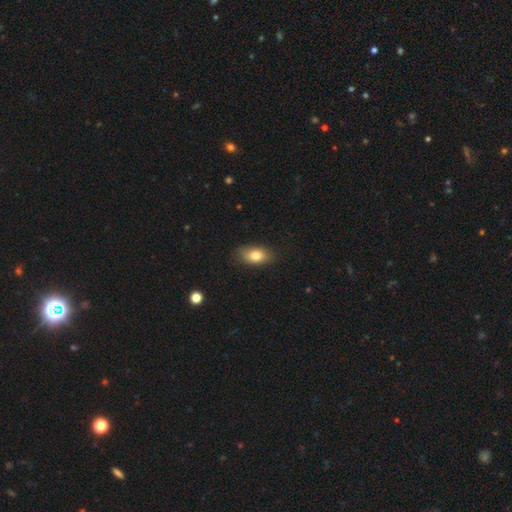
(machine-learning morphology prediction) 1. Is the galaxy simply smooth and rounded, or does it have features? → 80% smooth, 12% featured or disk, 8% star or artifact.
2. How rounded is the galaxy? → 88% in between, 9% round, 3% cigar-shaped.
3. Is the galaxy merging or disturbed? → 85% none, 12% minor disturbance, 2% major disturbance, 1% merger.